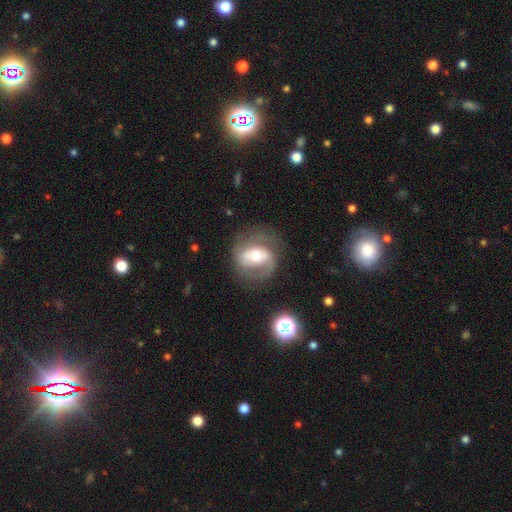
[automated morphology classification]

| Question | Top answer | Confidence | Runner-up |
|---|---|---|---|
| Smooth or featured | featured or disk | 73% | smooth (20%) |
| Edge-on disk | no | 96% | yes (4%) |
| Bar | strong | 37% | tied: weak (37%) |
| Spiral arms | yes | 82% | no (18%) |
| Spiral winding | medium | 48% | tight (29%) |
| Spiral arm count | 2 | 78% | can't tell (9%) |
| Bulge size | moderate | 67% | small (18%) |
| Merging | none | 67% | minor disturbance (17%) |